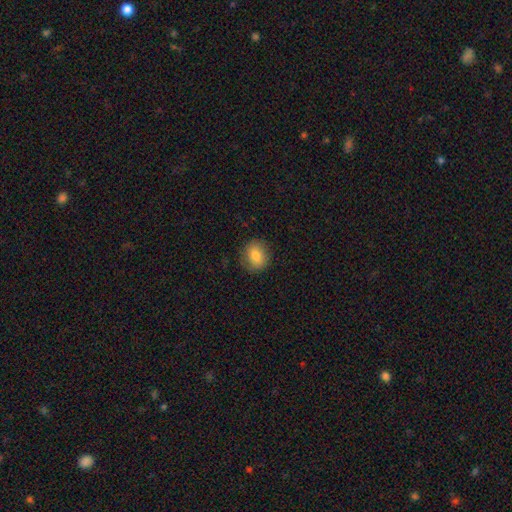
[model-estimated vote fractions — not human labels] smooth_or_featured: smooth (p=0.78) [alt: featured or disk p=0.13]
how_rounded: round (p=0.68) [alt: in between p=0.30]
merging: none (p=0.85) [alt: minor disturbance p=0.11]